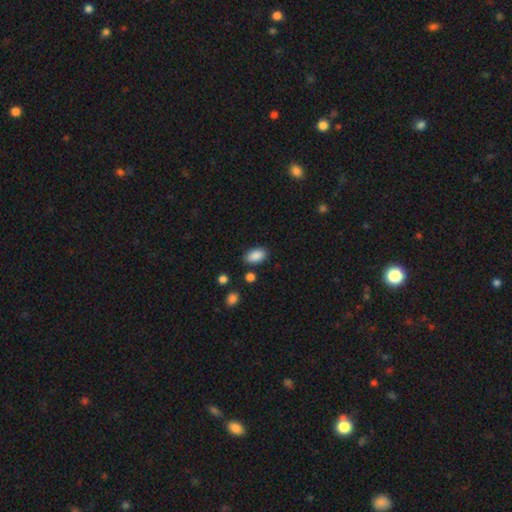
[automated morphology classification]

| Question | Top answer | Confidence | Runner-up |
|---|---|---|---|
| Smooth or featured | smooth | 89% | star or artifact (8%) |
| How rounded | in between | 92% | round (6%) |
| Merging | none | 83% | minor disturbance (11%) |